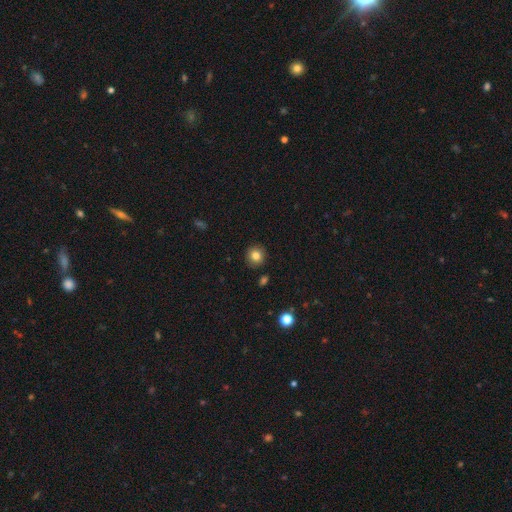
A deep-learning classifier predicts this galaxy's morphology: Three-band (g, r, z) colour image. It shows a smooth galaxy with no disk features (82%) that is round (92%). Merging: none (90%).